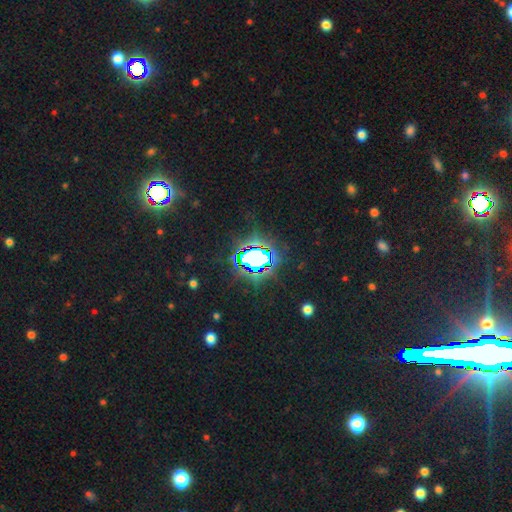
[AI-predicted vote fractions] Q: Smooth or featured?
A: star or artifact (75%); runner-up: smooth (14%)